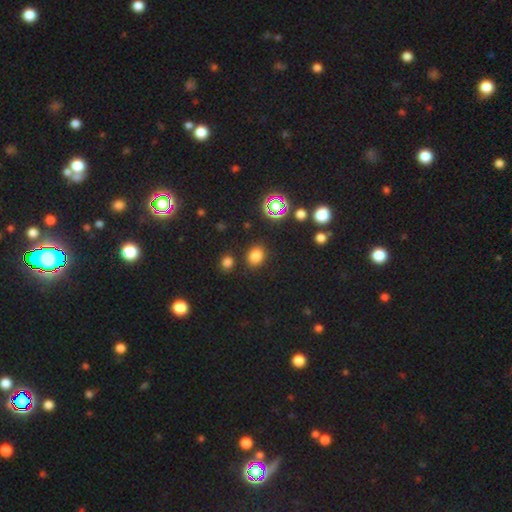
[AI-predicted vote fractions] Smooth or featured? Predicted: smooth (p=0.76). How rounded? Predicted: round (p=0.56). Merging? Predicted: none (p=0.84).